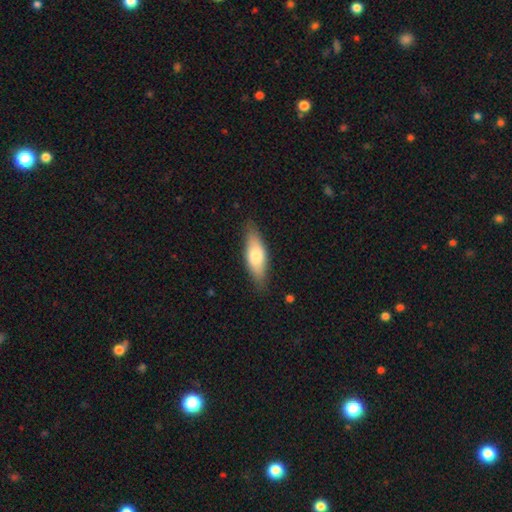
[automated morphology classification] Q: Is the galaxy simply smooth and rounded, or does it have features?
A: smooth — 70%.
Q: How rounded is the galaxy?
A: in between — 63%.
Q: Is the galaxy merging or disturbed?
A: none — 81%.